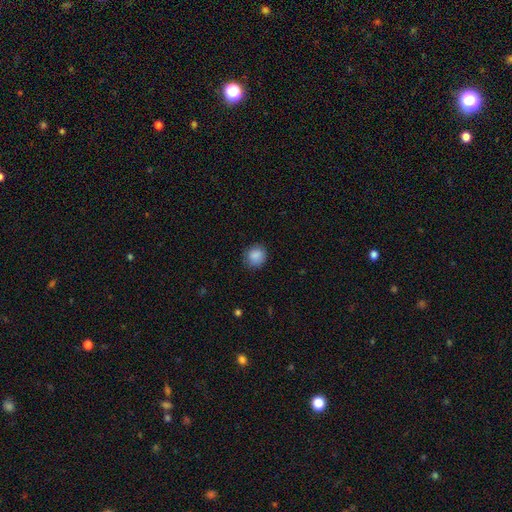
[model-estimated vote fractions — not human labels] This is clearly a smooth galaxy (88%). How rounded: clearly round (83%). Merging: clearly none (83%).